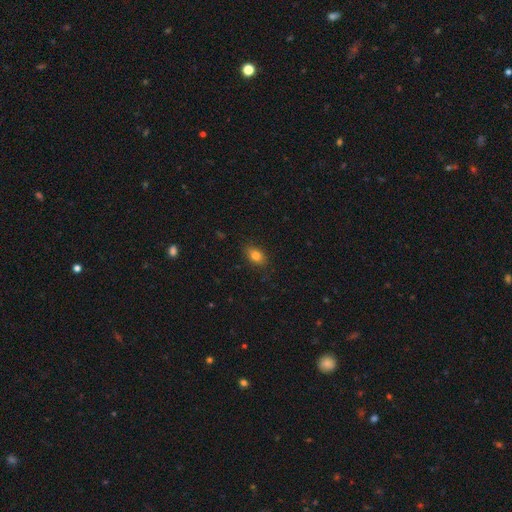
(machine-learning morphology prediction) The model was most divided on "how rounded": in between: 81%, round: 16%, cigar-shaped: 3%. More confident: merging — none (84%); smooth or featured — smooth (81%).